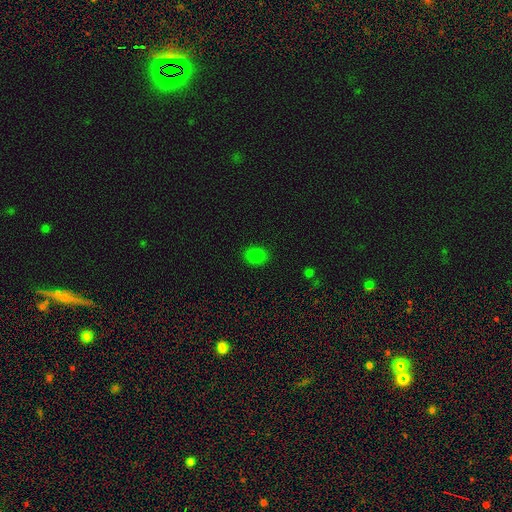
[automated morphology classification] This is clearly a smooth galaxy (81%). How rounded: possibly in between (50%). Merging: clearly none (87%).